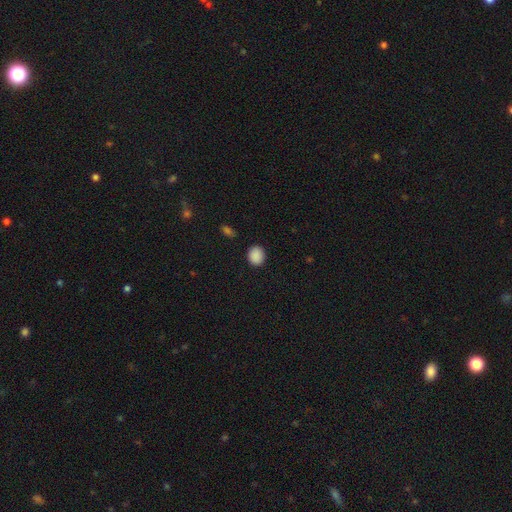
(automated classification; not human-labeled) Smooth or featured: smooth — 88% (star or artifact — 9%)
How rounded: round — 70% (in between — 29%)
Merging: none — 89% (minor disturbance — 8%)